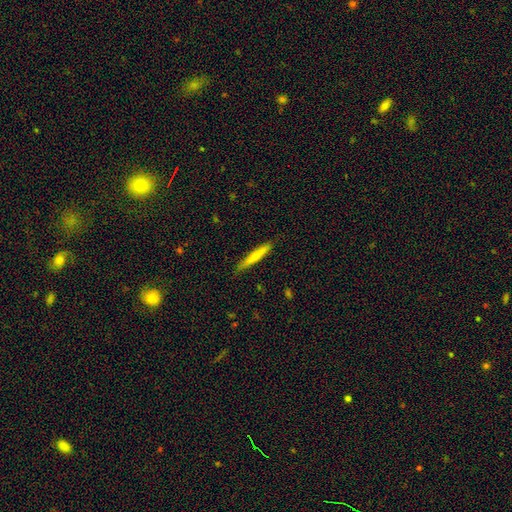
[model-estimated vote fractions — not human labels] A smooth galaxy with no disk features (59%) that is cigar-shaped (94%). Merging: none (85%).